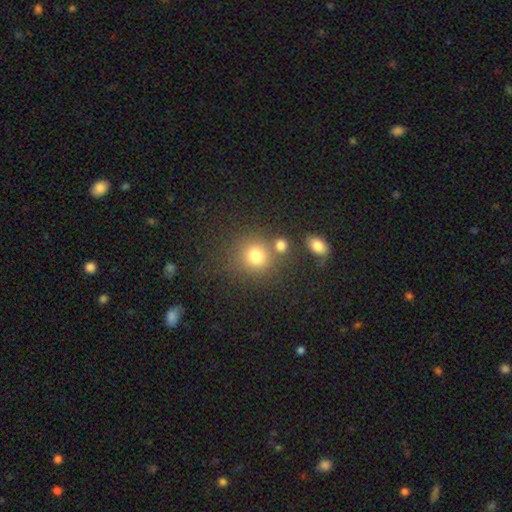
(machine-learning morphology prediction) smooth 77%, star or artifact 15%, featured or disk 8%. Down the decision tree: how rounded — round (85%); merging — none (68%).